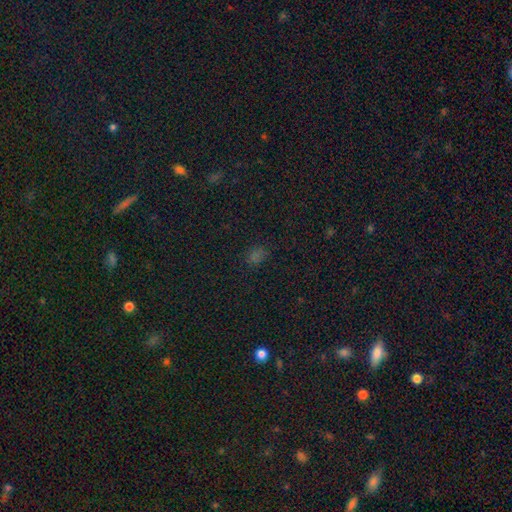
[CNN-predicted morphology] The model was most divided on "how rounded": in between: 59%, round: 39%, cigar-shaped: 2%. More confident: merging — none (81%); smooth or featured — smooth (61%).